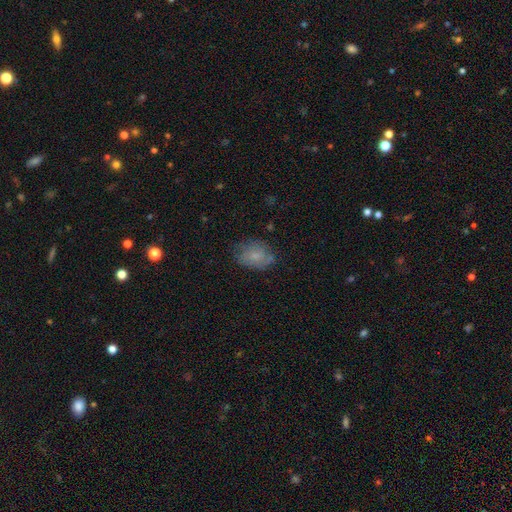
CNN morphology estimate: smooth-or-featured: smooth: 70% | featured or disk: 21% | star or artifact: 9%
  how-rounded: in between: 72% | round: 27% | cigar-shaped: 1%
  merging: none: 62% | minor disturbance: 26% | major disturbance: 9% | merger: 2%